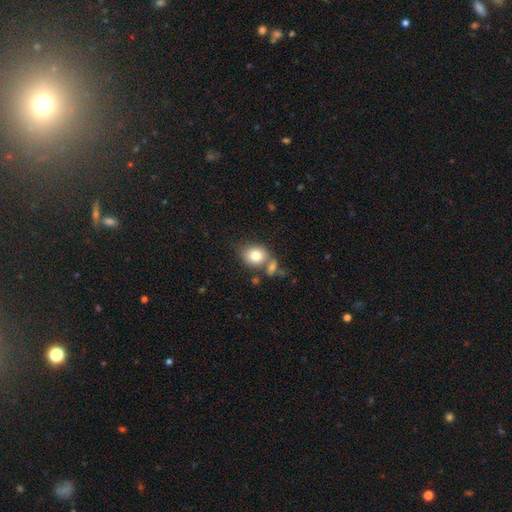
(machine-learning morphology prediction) The model was most divided on "merging": none: 52%, merger: 28%, minor disturbance: 14%, major disturbance: 5%. More confident: smooth or featured — smooth (81%); how rounded — round (63%).